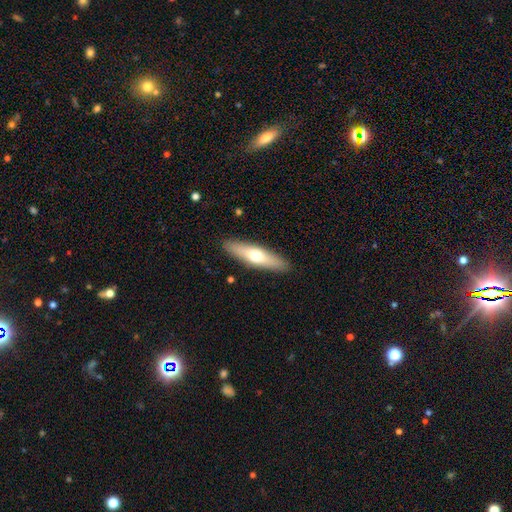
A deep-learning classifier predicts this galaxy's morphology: A smooth galaxy with no disk features (55%) that is cigar-shaped (71%).

Vote fractions:
- Smooth or featured? smooth: 55% / featured or disk: 39% / star or artifact: 6%
- How rounded? cigar-shaped: 71% / in between: 27% / round: 2%
- Merging? none: 90% / minor disturbance: 8% / major disturbance: 2% / merger: 1%